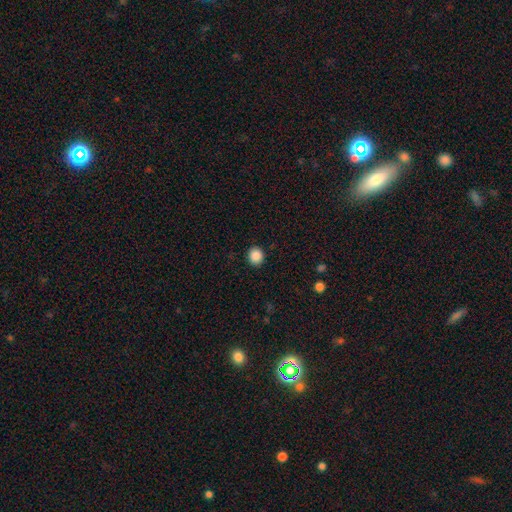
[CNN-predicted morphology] Q: Smooth or featured?
A: smooth (88%); runner-up: star or artifact (9%)
Q: How rounded?
A: round (81%); runner-up: in between (18%)
Q: Merging?
A: none (91%); runner-up: minor disturbance (6%)